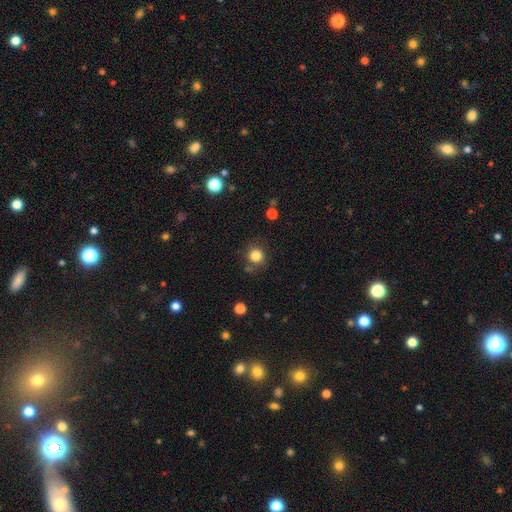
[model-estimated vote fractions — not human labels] Smooth or featured?
  - smooth: 83% *
  - star or artifact: 11%
  - featured or disk: 5%
How rounded?
  - round: 91% *
  - in between: 8%
  - cigar-shaped: 1%
Merging?
  - none: 79% *
  - minor disturbance: 11%
  - merger: 5%
  - major disturbance: 4%